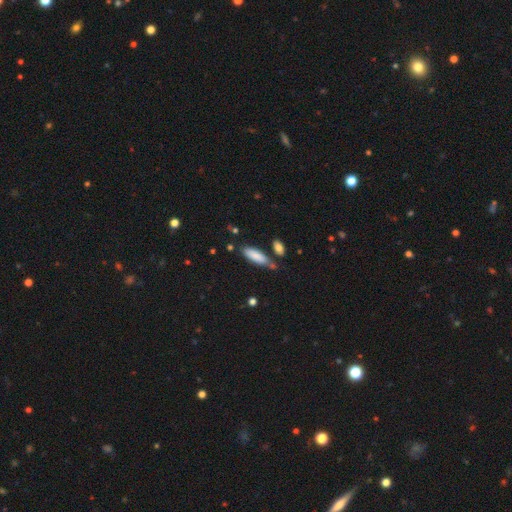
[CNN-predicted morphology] This appears to be a smooth galaxy with no disk features (83%) that is in between round and cigar-shaped (49%, tied with cigar-shaped). Merging: none (67%).